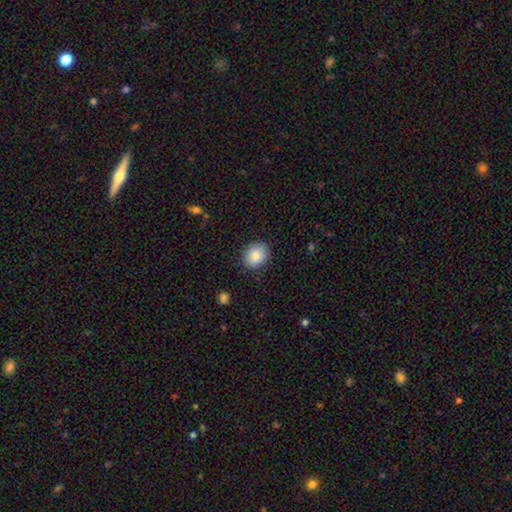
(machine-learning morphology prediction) Smooth or featured? smooth (87%)
How rounded? round (50%)
Merging? none (85%)